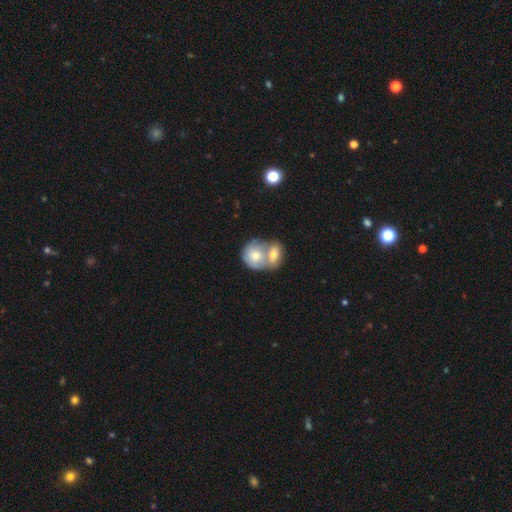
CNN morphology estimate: Smooth or featured: smooth — 65% (featured or disk — 28%)
How rounded: round — 65% (in between — 33%)
Merging: merger — 72% (none — 19%)